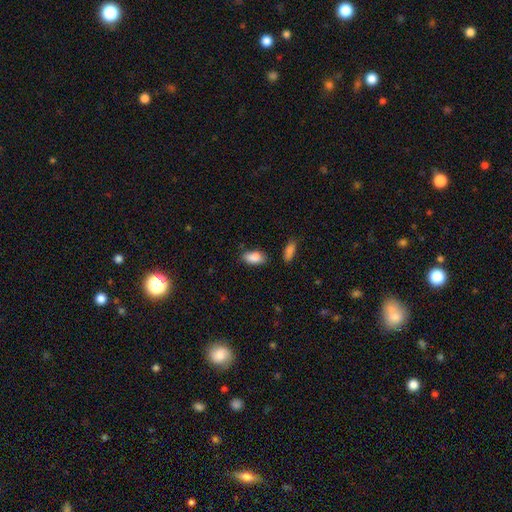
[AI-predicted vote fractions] smooth-or-featured: smooth: 88% | star or artifact: 7% | featured or disk: 5%
  how-rounded: in between: 91% | cigar-shaped: 6% | round: 3%
  merging: none: 75% | minor disturbance: 17% | merger: 4% | major disturbance: 4%